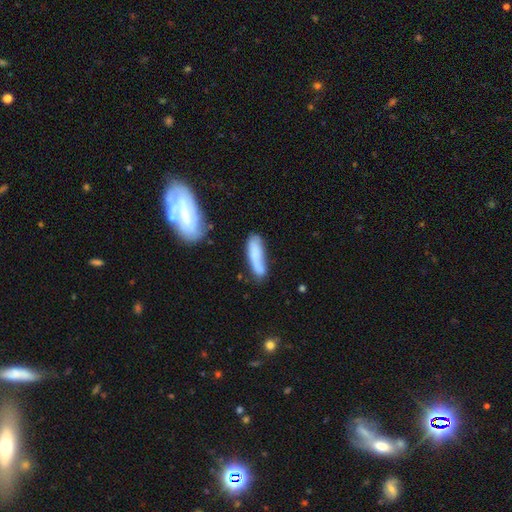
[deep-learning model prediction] A smooth galaxy with no disk features (70%) that is cigar-shaped (64%).

Vote fractions:
- Smooth or featured? smooth: 70% / featured or disk: 23% / star or artifact: 8%
- How rounded? cigar-shaped: 64% / in between: 34% / round: 2%
- Merging? none: 55% / minor disturbance: 27% / major disturbance: 9% / merger: 8%